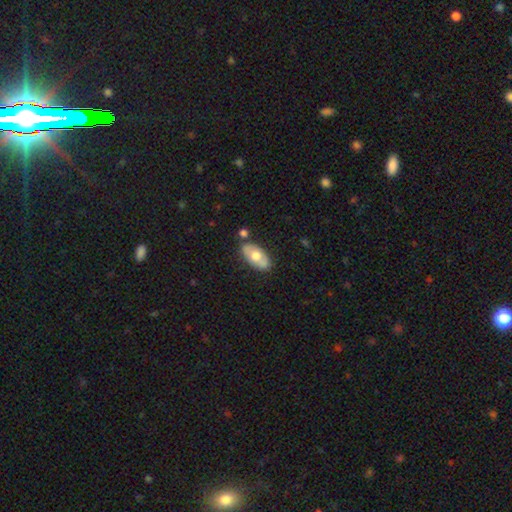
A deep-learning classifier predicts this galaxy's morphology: Smooth or featured? smooth (58%)
How rounded? in between (92%)
Merging? none (76%)